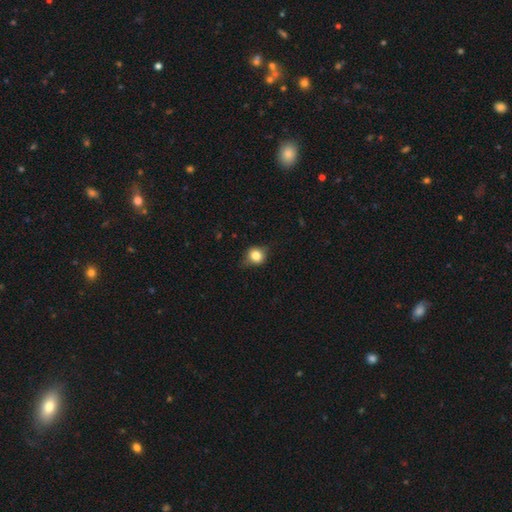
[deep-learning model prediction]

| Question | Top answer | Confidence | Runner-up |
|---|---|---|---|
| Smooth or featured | smooth | 78% | featured or disk (11%) |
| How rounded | round | 79% | in between (20%) |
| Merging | none | 74% | minor disturbance (21%) |